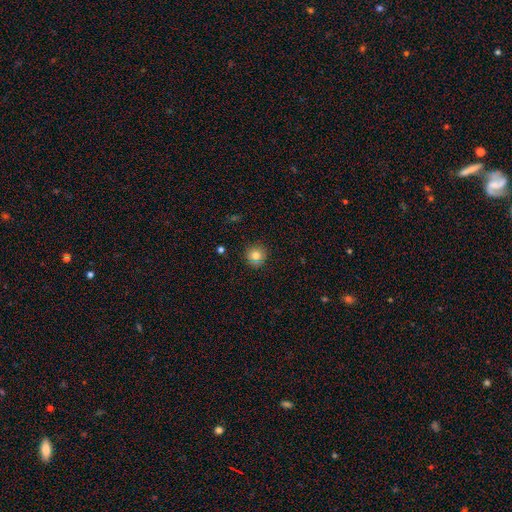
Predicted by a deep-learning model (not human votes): This is likely a smooth galaxy (80%). How rounded: clearly round (93%). Merging: clearly none (88%).